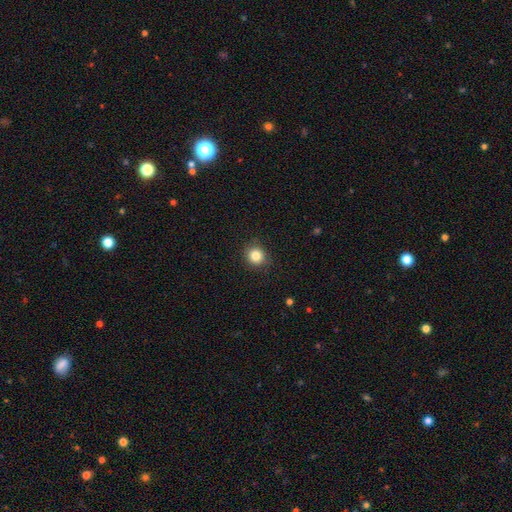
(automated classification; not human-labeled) A smooth galaxy with no disk features (84%) that is round (88%). Merging: none (88%).